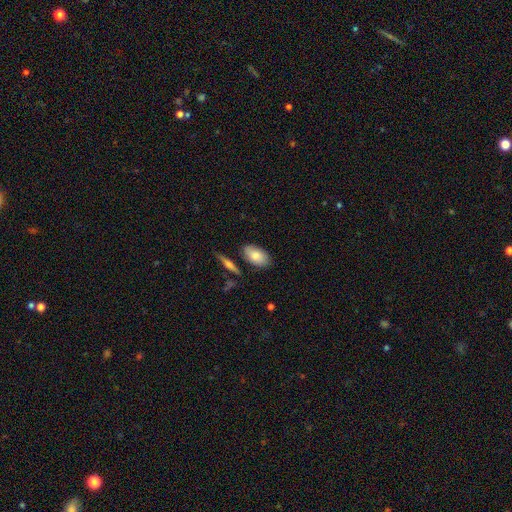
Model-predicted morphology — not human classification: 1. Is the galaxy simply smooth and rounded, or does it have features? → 78% smooth, 15% featured or disk, 6% star or artifact.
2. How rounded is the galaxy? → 92% in between, 5% round, 3% cigar-shaped.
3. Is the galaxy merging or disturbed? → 77% none, 14% minor disturbance, 6% merger, 3% major disturbance.